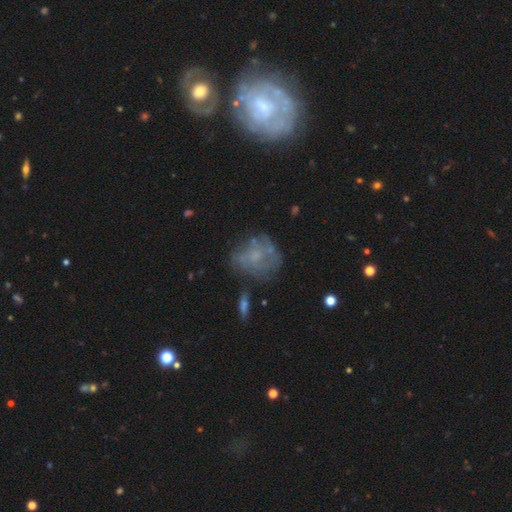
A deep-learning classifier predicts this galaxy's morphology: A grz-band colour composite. It shows a featured or disk galaxy (50%). Merging: none (57%).